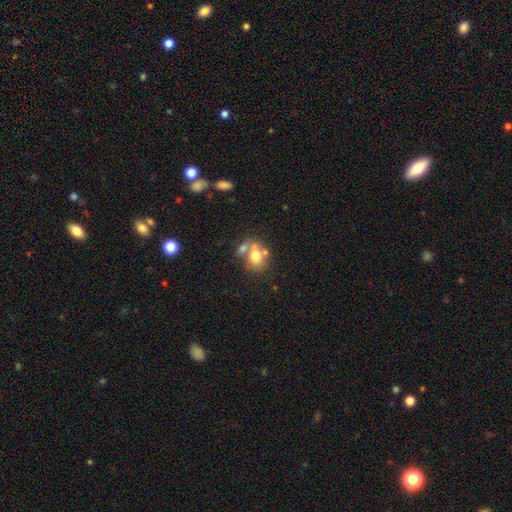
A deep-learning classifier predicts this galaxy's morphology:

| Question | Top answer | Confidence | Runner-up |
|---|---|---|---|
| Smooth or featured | smooth | 66% | featured or disk (23%) |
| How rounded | round | 56% | in between (43%) |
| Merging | merger | 42% | none (39%) |